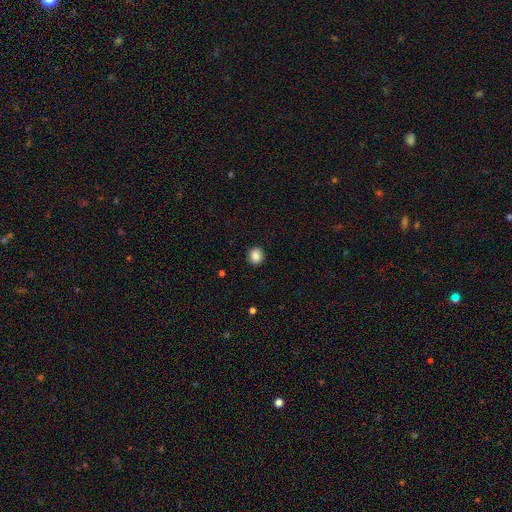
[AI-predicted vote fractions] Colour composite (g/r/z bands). It shows a smooth galaxy with no disk features (87%) that is round (79%). Merging: none (90%).